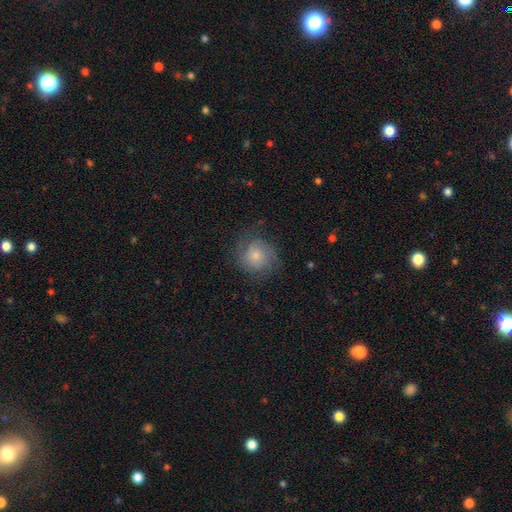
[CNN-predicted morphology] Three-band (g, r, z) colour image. It shows a featured or disk galaxy (46%). Merging: none (70%).